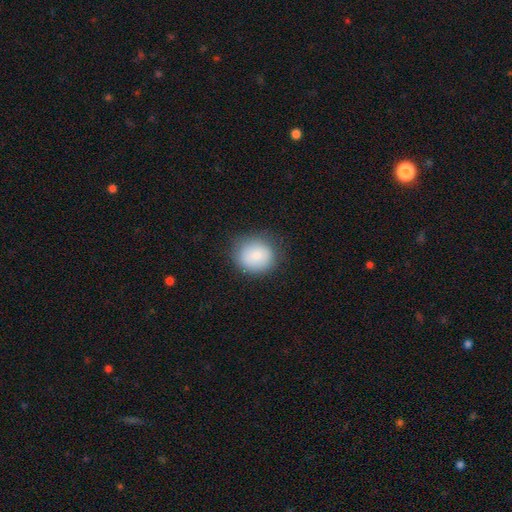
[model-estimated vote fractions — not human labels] The model was most divided on "how rounded": round: 84%, in between: 16%, cigar-shaped: 1%. More confident: smooth or featured — smooth (84%); merging — none (81%).